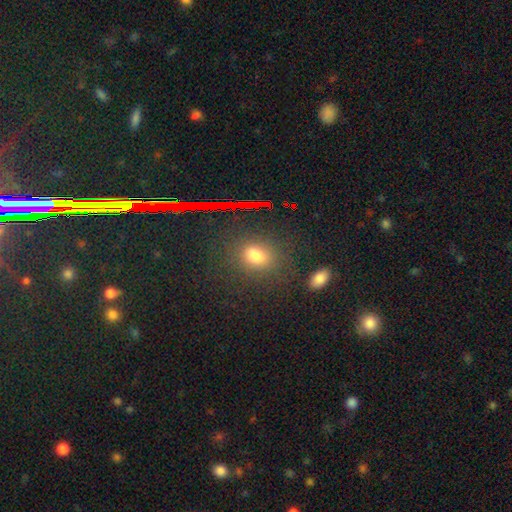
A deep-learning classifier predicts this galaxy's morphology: type=smooth (68%); roundness=in between (59%); merging=none (77%).